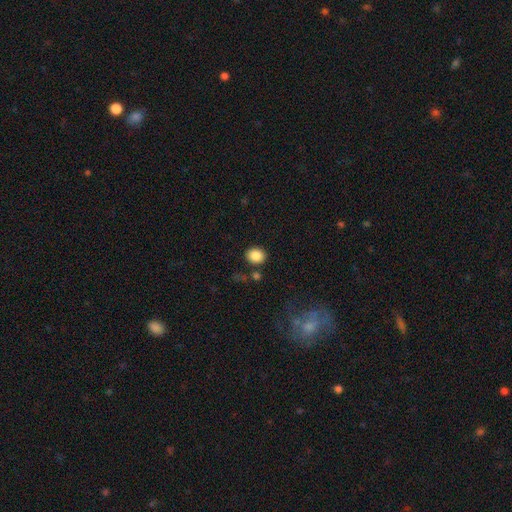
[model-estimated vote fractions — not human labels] Overall: smooth (87%). How rounded: round (72%). Merging: none (83%).